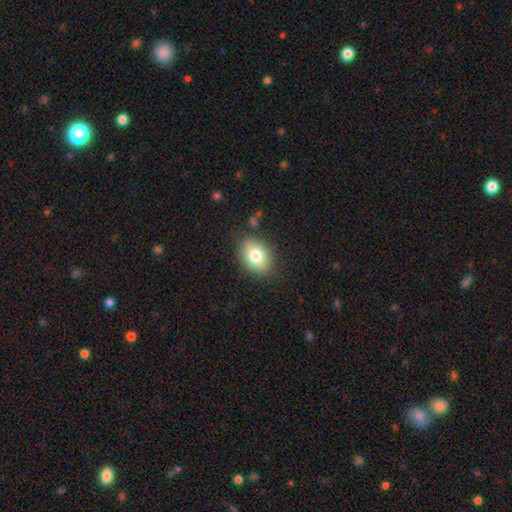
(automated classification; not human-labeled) smooth 79%, featured or disk 12%, star or artifact 9%. Down the decision tree: how rounded — in between (70%); merging — none (82%).